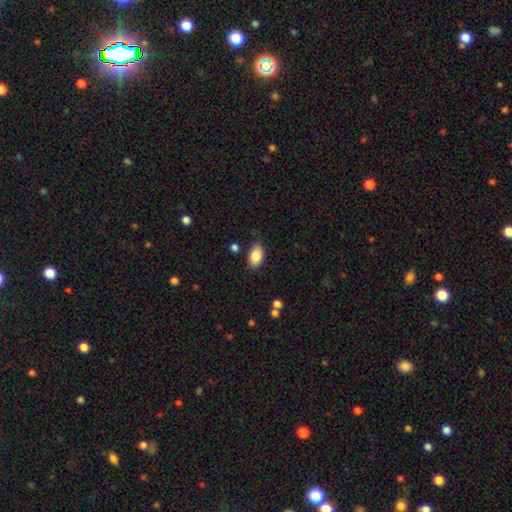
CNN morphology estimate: Smooth or featured? Predicted: smooth (p=0.87). How rounded? Predicted: in between (p=0.92). Merging? Predicted: none (p=0.81).